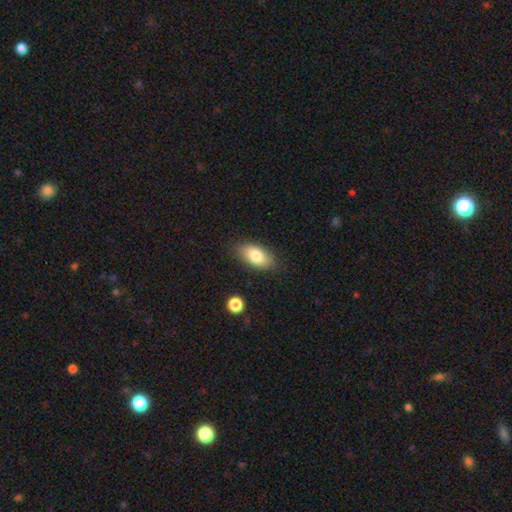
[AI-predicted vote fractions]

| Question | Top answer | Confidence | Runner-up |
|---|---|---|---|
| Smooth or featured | smooth | 81% | featured or disk (12%) |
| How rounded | in between | 92% | cigar-shaped (4%) |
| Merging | none | 84% | minor disturbance (12%) |